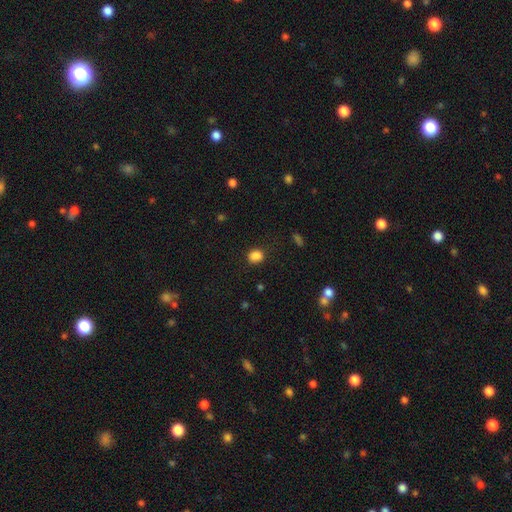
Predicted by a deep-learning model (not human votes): smooth-or-featured: smooth: 86% | star or artifact: 11% | featured or disk: 3%
  how-rounded: round: 64% | in between: 35% | cigar-shaped: 1%
  merging: none: 83% | minor disturbance: 12% | major disturbance: 4% | merger: 2%